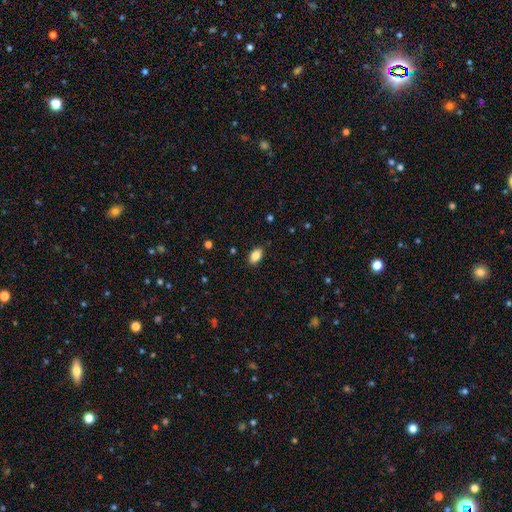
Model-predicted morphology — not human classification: smooth 85%, star or artifact 8%, featured or disk 7%. Down the decision tree: how rounded — in between (91%); merging — none (86%).